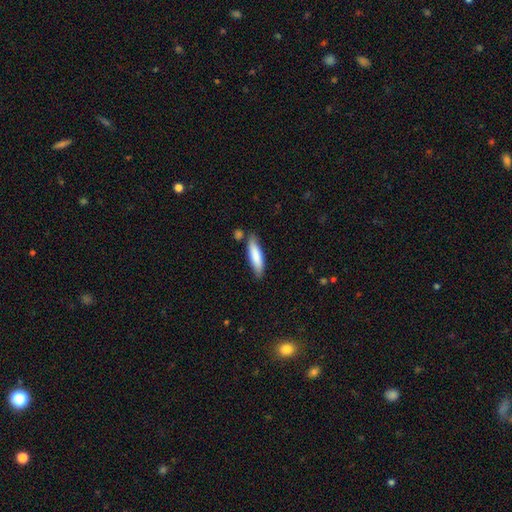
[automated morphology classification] type=smooth (80%); roundness=cigar-shaped (67%); merging=none (71%).